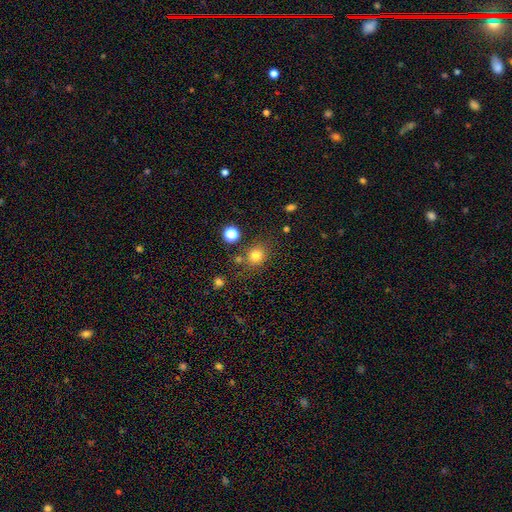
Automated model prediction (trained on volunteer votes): This appears to be a smooth galaxy with no disk features (78%) that is round (81%). Merging: none (76%).